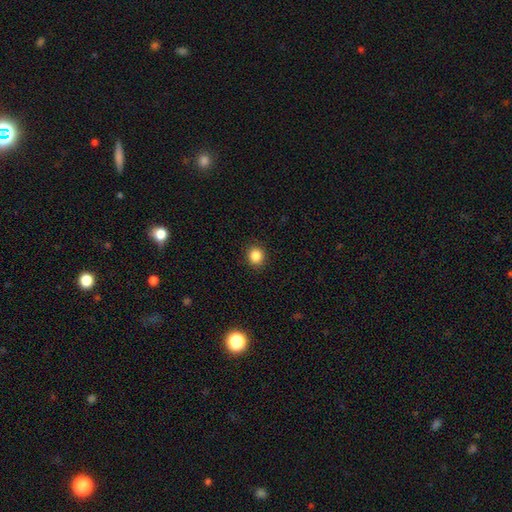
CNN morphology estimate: Smooth or featured? Predicted: smooth (p=0.85). How rounded? Predicted: round (p=0.86). Merging? Predicted: none (p=0.90).